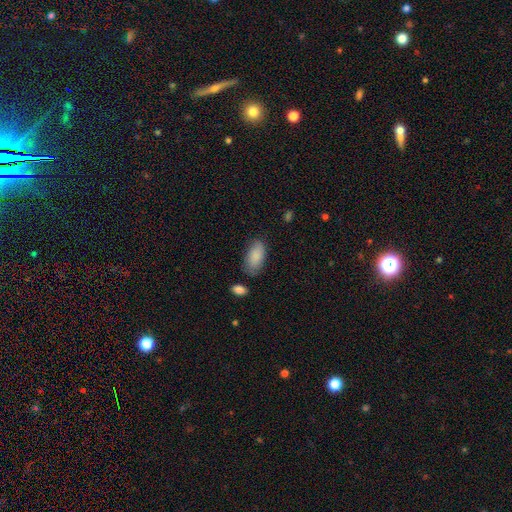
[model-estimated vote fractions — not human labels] This is clearly a smooth galaxy (87%). How rounded: clearly in between (93%). Merging: likely none (73%).